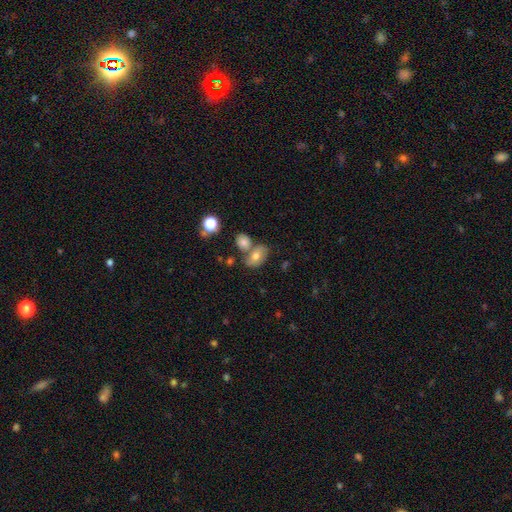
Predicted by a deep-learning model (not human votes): smooth-or-featured: smooth: 40% | star or artifact: 36% | featured or disk: 24%
  merging: none: 47% | merger: 32% | minor disturbance: 12% | major disturbance: 9%